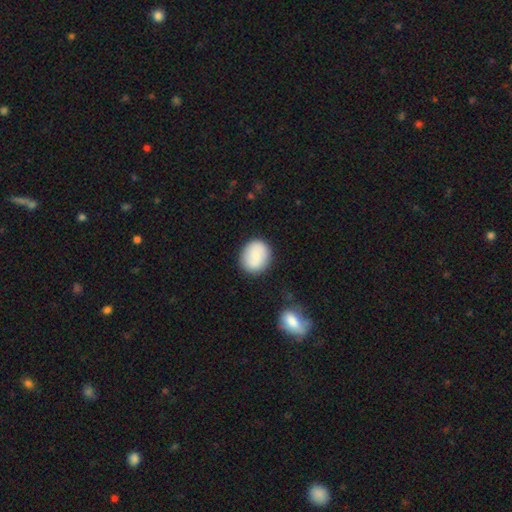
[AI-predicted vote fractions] Smooth or featured? smooth (80%)
How rounded? round (70%)
Merging? none (84%)